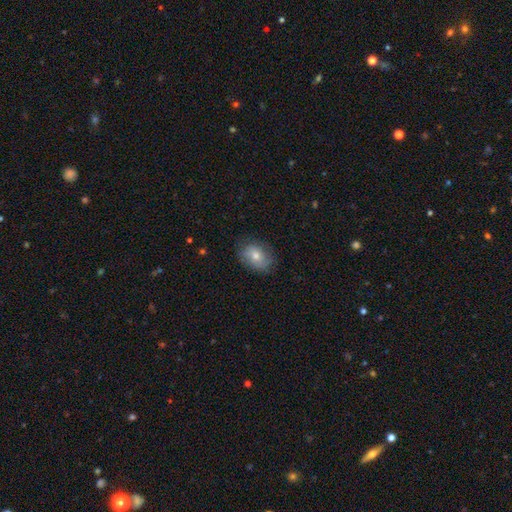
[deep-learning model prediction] Overall: smooth (67%). How rounded: in between (67%; round 32%). Merging: none (76%).